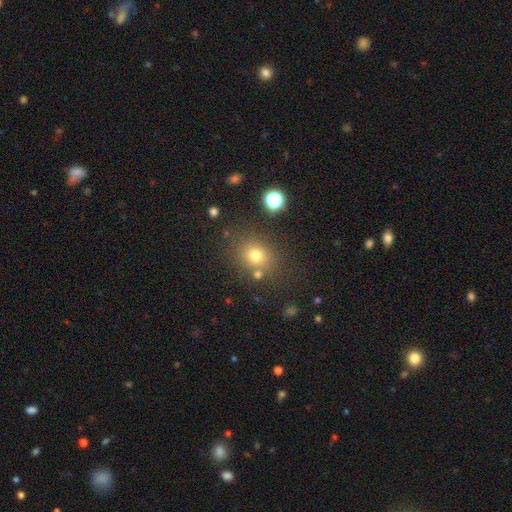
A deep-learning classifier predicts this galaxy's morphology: Smooth or featured: smooth — 73% (star or artifact — 17%)
How rounded: round — 71% (in between — 28%)
Merging: none — 77% (minor disturbance — 11%)